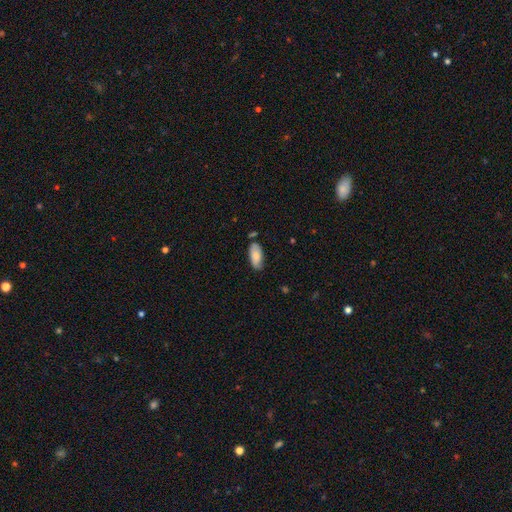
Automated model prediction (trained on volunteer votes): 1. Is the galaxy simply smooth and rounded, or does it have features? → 81% smooth, 13% featured or disk, 6% star or artifact.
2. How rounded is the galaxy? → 89% in between, 9% cigar-shaped, 2% round.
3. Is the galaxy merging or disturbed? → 75% none, 18% minor disturbance, 4% merger, 3% major disturbance.